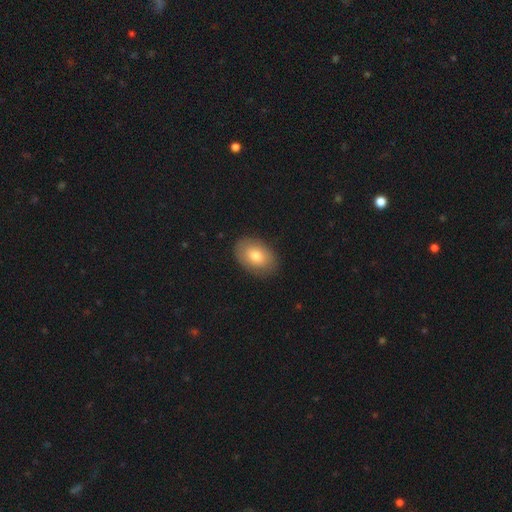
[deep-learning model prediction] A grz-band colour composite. It shows a smooth galaxy with no disk features (71%) that is in between round and cigar-shaped (86%). Merging: none (86%).